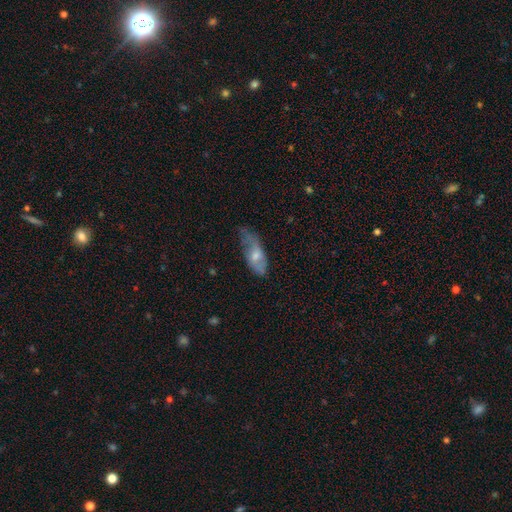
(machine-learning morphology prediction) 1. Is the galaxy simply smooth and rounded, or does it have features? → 47% smooth, 45% featured or disk, 8% star or artifact.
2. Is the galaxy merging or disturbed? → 47% none, 36% minor disturbance, 15% major disturbance, 2% merger.